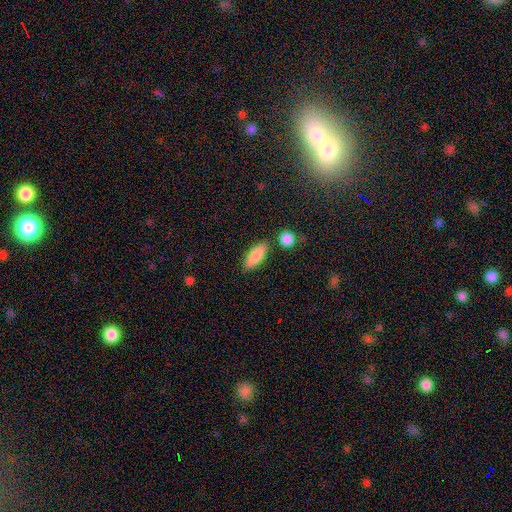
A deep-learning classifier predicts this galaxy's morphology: This appears to be a smooth galaxy with no disk features (85%) that is in between round and cigar-shaped (71%). Merging: none (80%).